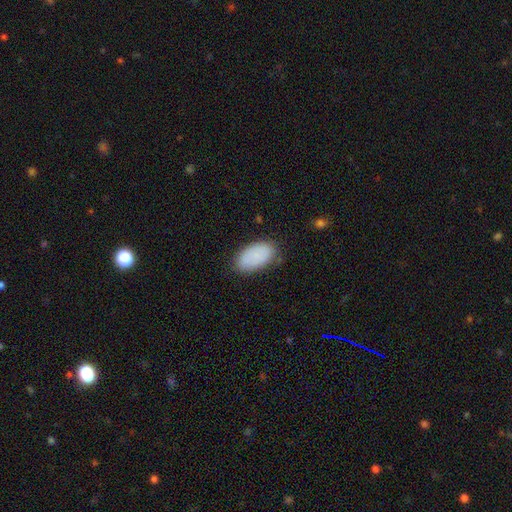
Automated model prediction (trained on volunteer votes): A smooth galaxy with no disk features (87%) that is in between round and cigar-shaped (95%).

Vote fractions:
- Smooth or featured? smooth: 87% / star or artifact: 7% / featured or disk: 6%
- How rounded? in between: 95% / round: 3% / cigar-shaped: 2%
- Merging? none: 78% / minor disturbance: 17% / major disturbance: 4% / merger: 1%